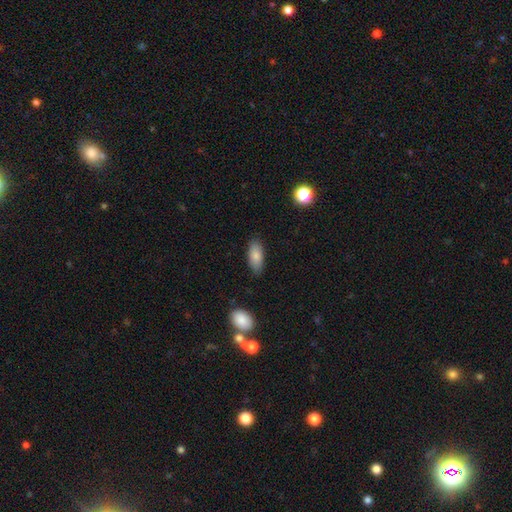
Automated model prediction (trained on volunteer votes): Smooth or featured? Predicted: smooth (p=0.84). How rounded? Predicted: in between (p=0.85). Merging? Predicted: none (p=0.82).